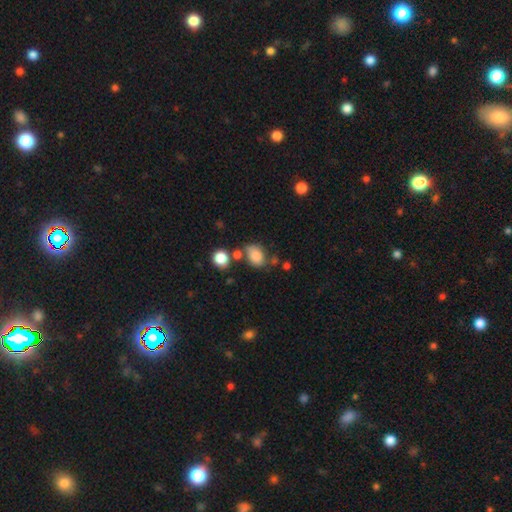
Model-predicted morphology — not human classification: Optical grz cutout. It shows a smooth galaxy with no disk features (81%) that is in between round and cigar-shaped (70%). Merging: none (55%).